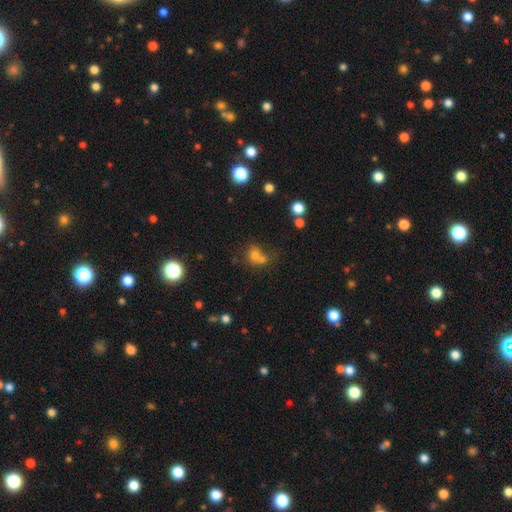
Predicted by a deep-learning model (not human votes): This is likely a smooth galaxy (65%). How rounded: likely round (73%). Merging: possibly merger (46%).